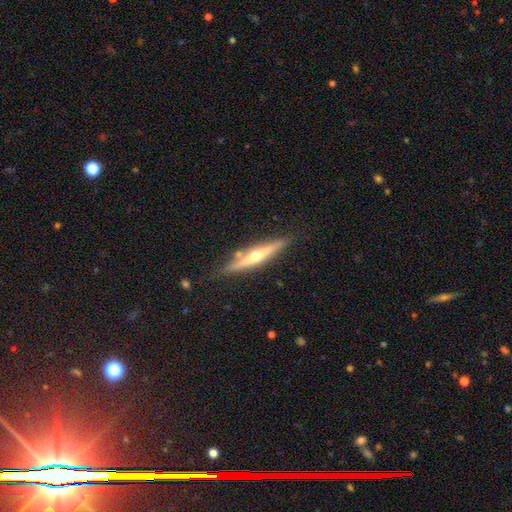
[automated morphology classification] A featured or disk galaxy (73%) viewed edge-on (96%) with a rounded central bulge (89%).

Vote fractions:
- Smooth or featured? featured or disk: 73% / smooth: 21% / star or artifact: 6%
- Edge-on disk? yes: 96% / no: 4%
- Edge-on bulge? rounded: 89% / none: 8% / boxy: 3%
- Merging? none: 83% / minor disturbance: 11% / merger: 4% / major disturbance: 2%